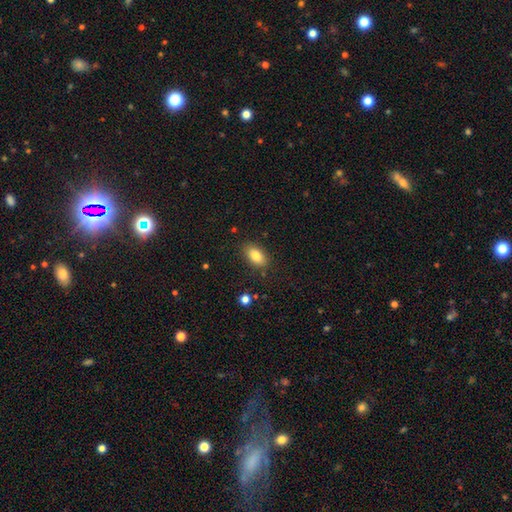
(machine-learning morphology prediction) A smooth galaxy with no disk features (85%) that is in between round and cigar-shaped (91%).

Vote fractions:
- Smooth or featured? smooth: 85% / star or artifact: 8% / featured or disk: 7%
- How rounded? in between: 91% / round: 5% / cigar-shaped: 4%
- Merging? none: 84% / minor disturbance: 11% / major disturbance: 3% / merger: 2%